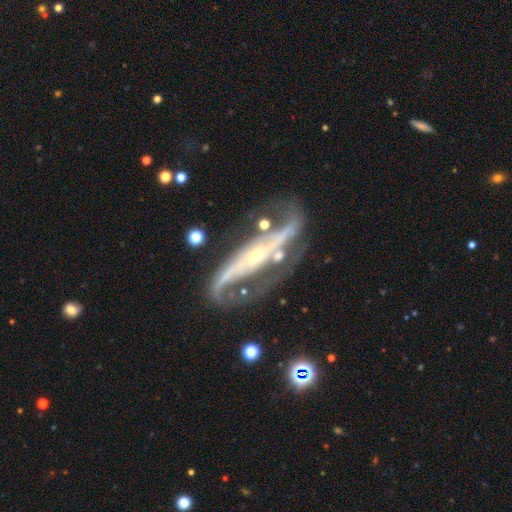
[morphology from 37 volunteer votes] smooth-or-featured: featured or disk: 95% | smooth: 3% | star or artifact: 3%
  disk-edge-on: no: 83% | yes: 17%
    bar: strong: 52% | no: 41% | weak: 7%
    has-spiral-arms: yes: 93% | no: 7%
      spiral-winding: loose: 52% | medium: 33% | tight: 15%
      spiral-arm-count: 2: 96% | 3: 4% | 1: 0% | 4: 0% | more than 4: 0% | can't tell: 0%
    bulge-size: small: 83% | moderate: 10% | dominant: 3% | large: 3% | none: 0%
  merging: none: 64% | minor disturbance: 17% | major disturbance: 14% | merger: 6%